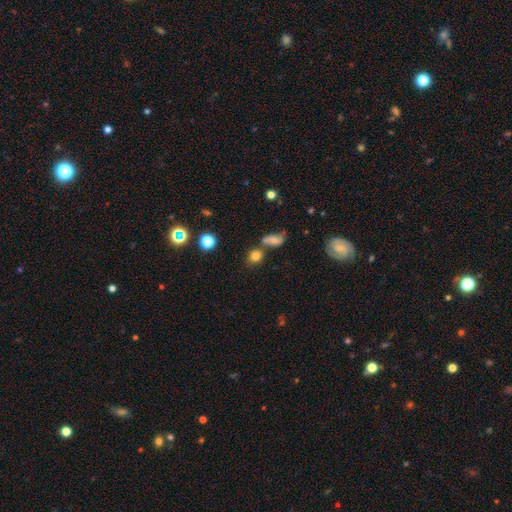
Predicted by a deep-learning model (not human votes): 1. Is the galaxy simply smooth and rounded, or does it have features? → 77% smooth, 14% star or artifact, 9% featured or disk.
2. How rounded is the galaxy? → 70% round, 28% in between, 2% cigar-shaped.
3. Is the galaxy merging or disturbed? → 57% none, 26% merger, 11% minor disturbance, 5% major disturbance.